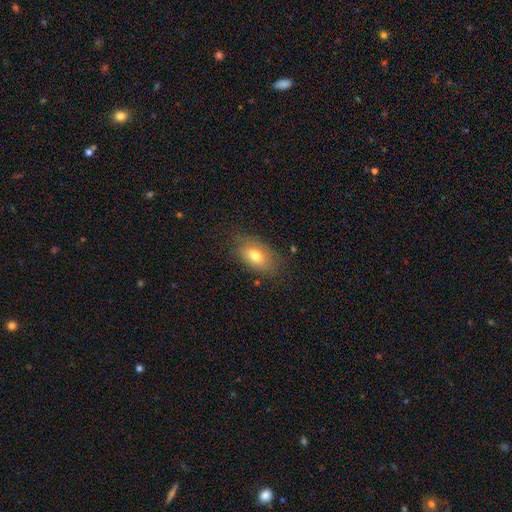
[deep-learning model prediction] The model was most divided on "smooth or featured": smooth: 73%, featured or disk: 19%, star or artifact: 9%. More confident: how rounded — in between (88%); merging — none (75%).